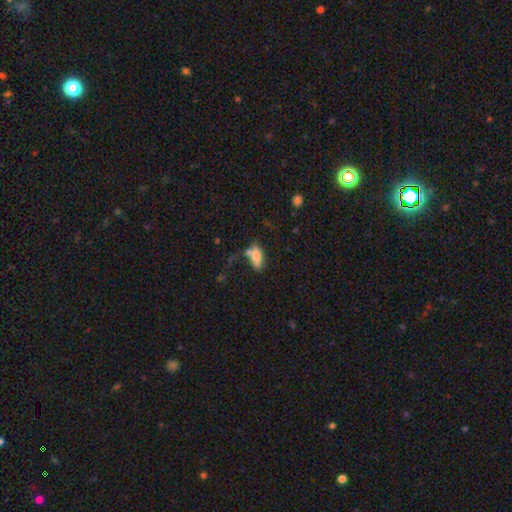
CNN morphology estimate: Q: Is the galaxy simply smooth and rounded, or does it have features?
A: smooth — 73%.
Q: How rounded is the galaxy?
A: in between — 76%.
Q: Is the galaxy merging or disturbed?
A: none — 50%.